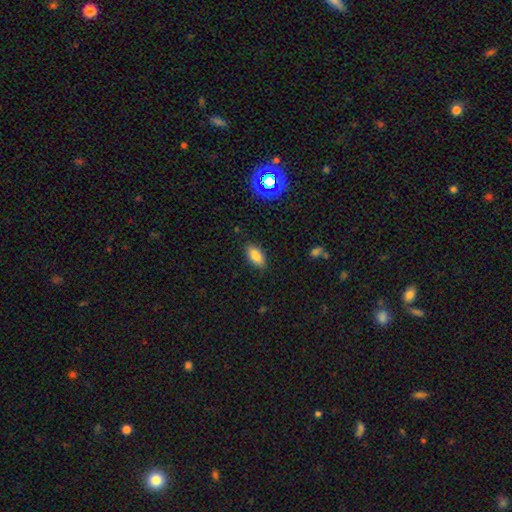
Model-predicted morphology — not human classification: The model was most divided on "smooth or featured": smooth: 81%, star or artifact: 10%, featured or disk: 9%. More confident: how rounded — in between (90%); merging — none (85%).